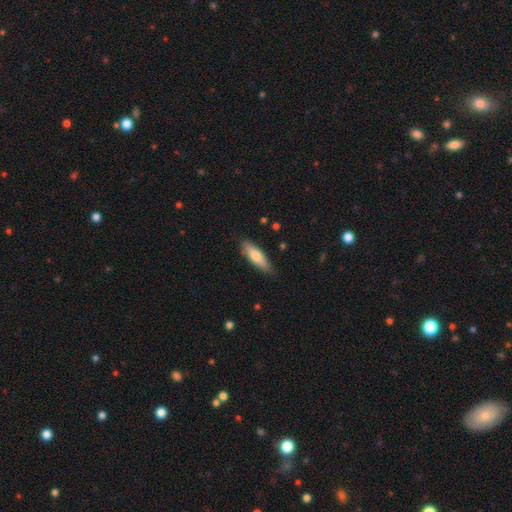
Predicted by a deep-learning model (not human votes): This appears to be a smooth galaxy with no disk features (73%) that is cigar-shaped (57%). Merging: none (84%).